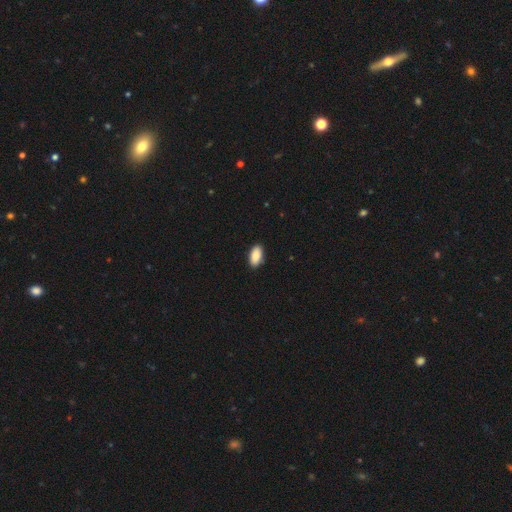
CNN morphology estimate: Smooth or featured?
  - smooth: 89% *
  - star or artifact: 6%
  - featured or disk: 4%
How rounded?
  - in between: 94% *
  - cigar-shaped: 3%
  - round: 3%
Merging?
  - none: 90% *
  - minor disturbance: 8%
  - major disturbance: 2%
  - merger: 1%